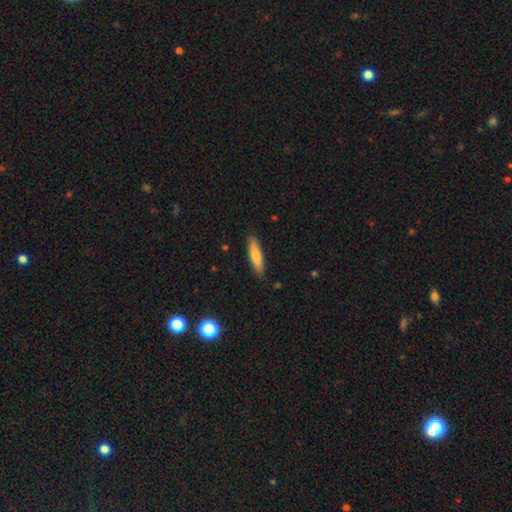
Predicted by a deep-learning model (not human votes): Smooth or featured? Predicted: smooth (p=0.76). How rounded? Predicted: cigar-shaped (p=0.74). Merging? Predicted: none (p=0.89).